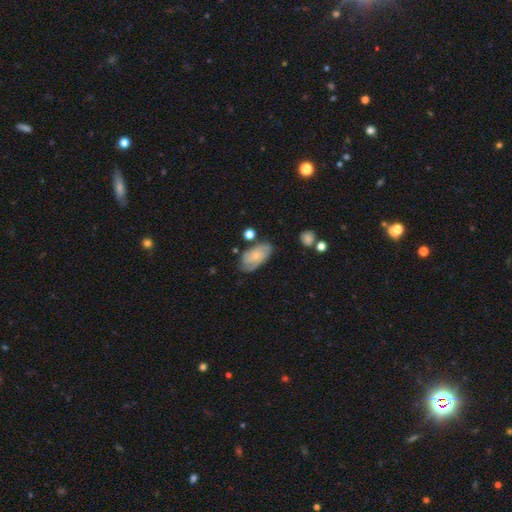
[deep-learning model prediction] Q: Smooth or featured?
A: featured or disk (56%); runner-up: smooth (38%)
Q: Edge-on disk?
A: no (94%); runner-up: yes (6%)
Q: Bar?
A: no (74%); runner-up: weak (22%)
Q: Spiral arms?
A: yes (83%); runner-up: no (17%)
Q: Bulge size?
A: small (69%); runner-up: moderate (21%)
Q: Merging?
A: none (63%); runner-up: minor disturbance (24%)